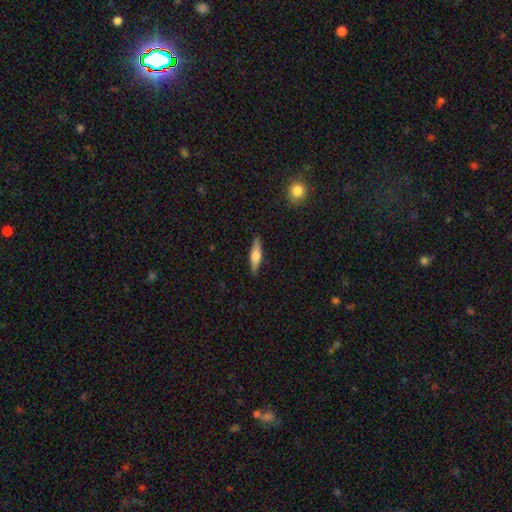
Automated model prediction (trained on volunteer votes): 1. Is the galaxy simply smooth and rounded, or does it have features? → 56% smooth, 38% featured or disk, 6% star or artifact.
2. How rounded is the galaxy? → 67% cigar-shaped, 30% in between, 2% round.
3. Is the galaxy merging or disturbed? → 87% none, 9% minor disturbance, 2% major disturbance, 1% merger.